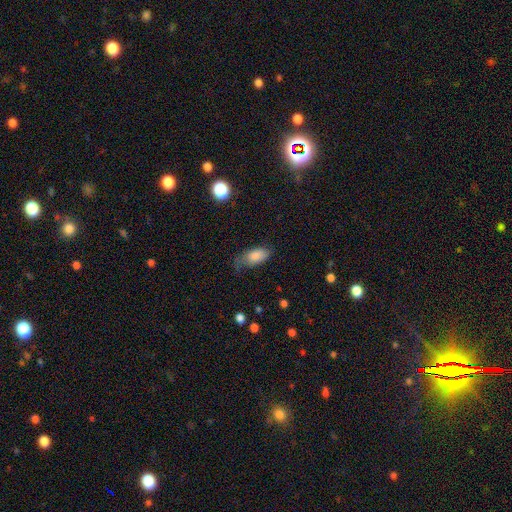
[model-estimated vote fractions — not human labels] A smooth galaxy with no disk features (80%) that is in between round and cigar-shaped (90%). Merging: none (42%).